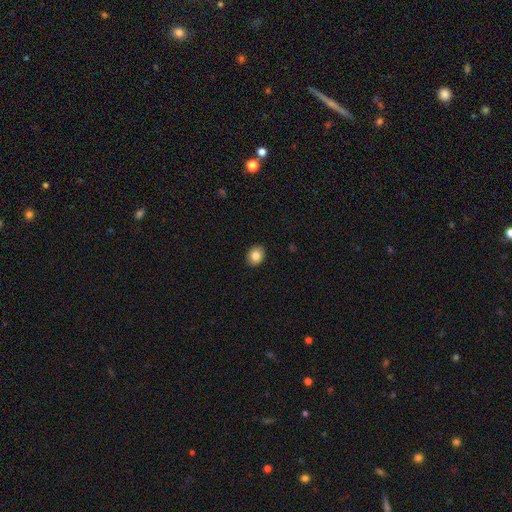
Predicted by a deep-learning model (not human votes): Smooth or featured? Predicted: smooth (p=0.83). How rounded? Predicted: in between (p=0.55). Merging? Predicted: none (p=0.90).